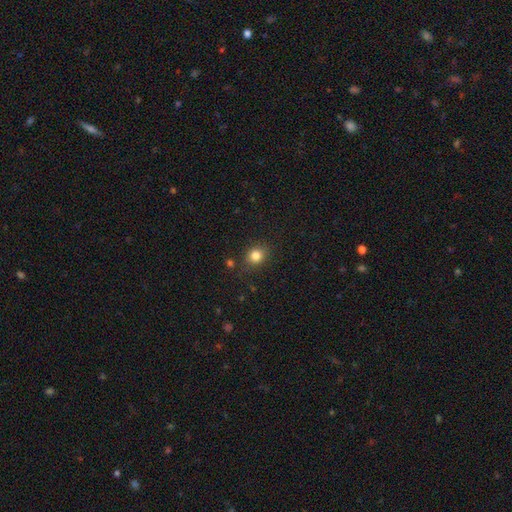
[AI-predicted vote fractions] Smooth or featured? Predicted: smooth (p=0.82). How rounded? Predicted: round (p=0.72). Merging? Predicted: none (p=0.84).